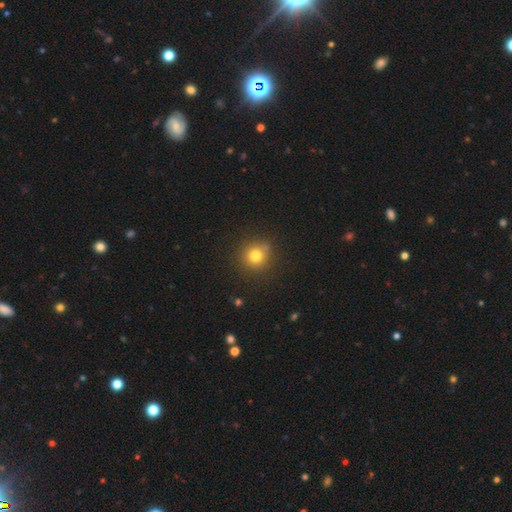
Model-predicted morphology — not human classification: type=smooth (79%); roundness=round (92%); merging=none (83%).